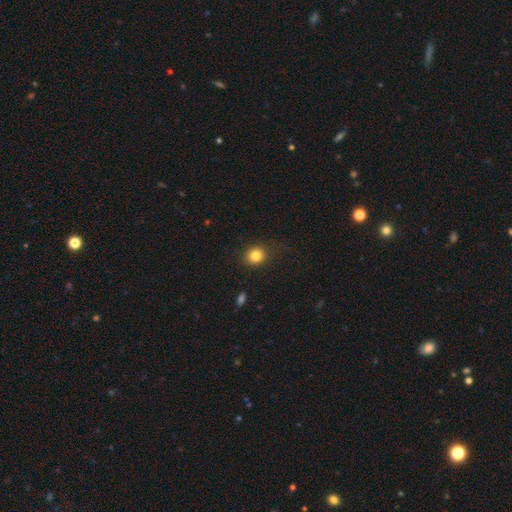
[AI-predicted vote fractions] The model was most divided on "how rounded": round: 77%, in between: 22%, cigar-shaped: 1%. More confident: merging — none (85%); smooth or featured — smooth (82%).